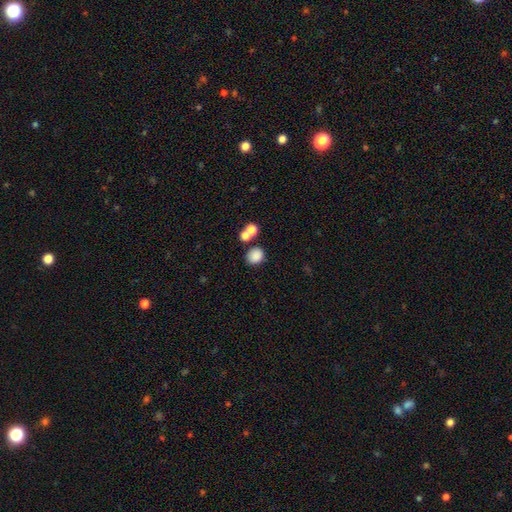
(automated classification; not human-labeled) smooth-or-featured: smooth: 83% | star or artifact: 11% | featured or disk: 5%
  how-rounded: round: 67% | in between: 32% | cigar-shaped: 1%
  merging: none: 68% | merger: 19% | minor disturbance: 9% | major disturbance: 4%